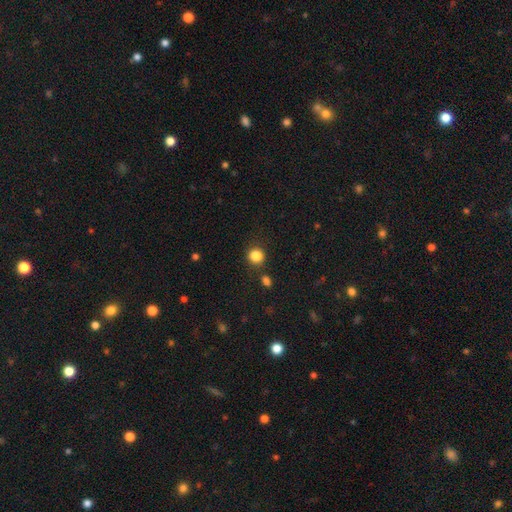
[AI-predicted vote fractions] A smooth galaxy with no disk features (84%) that is round (77%). Merging: none (79%).